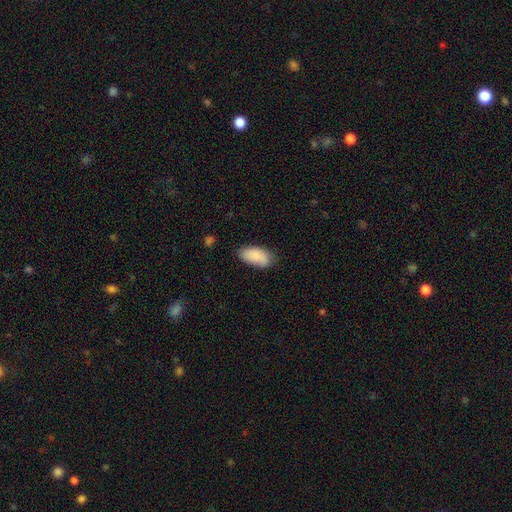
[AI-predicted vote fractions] Smooth or featured? smooth (88%)
How rounded? in between (93%)
Merging? none (75%)